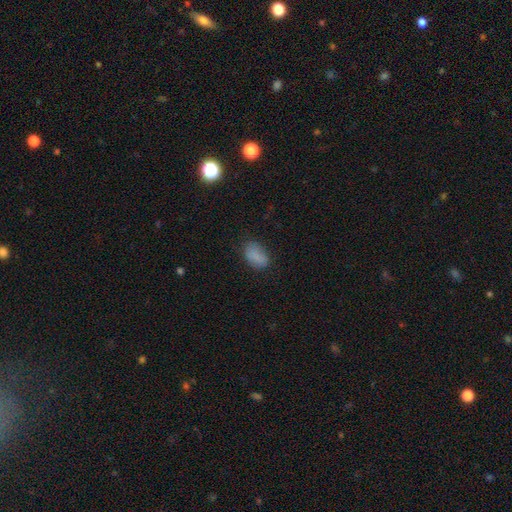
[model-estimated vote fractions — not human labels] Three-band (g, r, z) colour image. It shows a smooth galaxy with no disk features (82%) that is in between round and cigar-shaped (89%). Merging: none (72%).